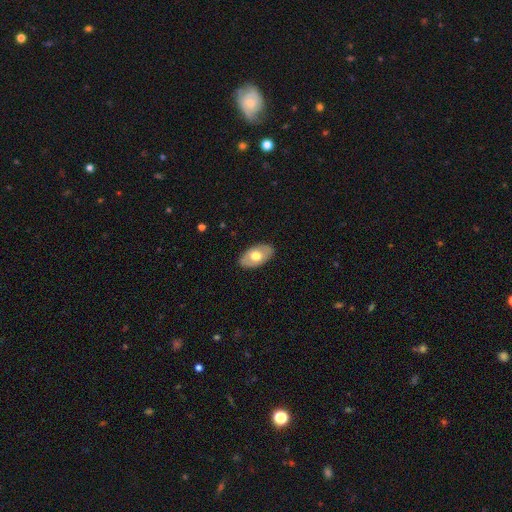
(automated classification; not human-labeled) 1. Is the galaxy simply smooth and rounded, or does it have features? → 57% smooth, 38% featured or disk, 5% star or artifact.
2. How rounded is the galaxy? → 93% in between, 6% round, 2% cigar-shaped.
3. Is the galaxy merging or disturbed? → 86% none, 10% minor disturbance, 2% major disturbance, 1% merger.